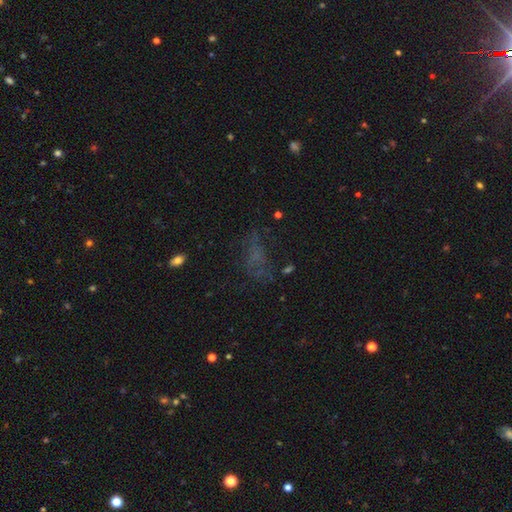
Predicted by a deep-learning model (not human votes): A smooth galaxy with no disk features (41%).

Vote fractions:
- Smooth or featured? smooth: 41% / star or artifact: 33% / featured or disk: 26%
- Merging? none: 47% / major disturbance: 29% / minor disturbance: 20% / merger: 5%